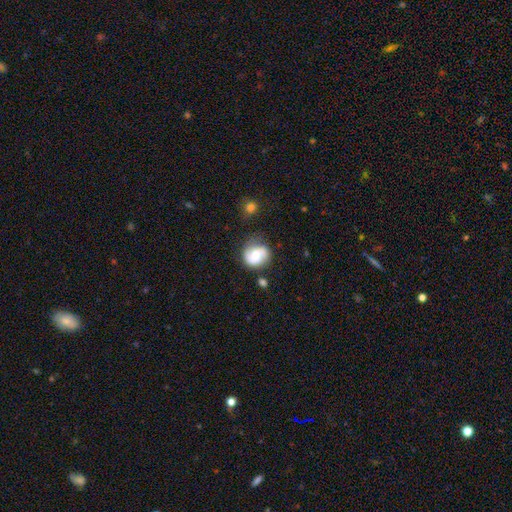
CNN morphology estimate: Smooth or featured: featured or disk — 61% (smooth — 32%)
Edge-on disk: no — 98% (yes — 2%)
Bar: no — 56% (weak — 36%)
Spiral arms: yes — 91% (no — 9%)
Spiral winding: medium — 44% (loose — 33%)
Spiral arm count: 2 — 86% (can't tell — 6%)
Bulge size: moderate — 62% (small — 23%)
Merging: none — 71% (minor disturbance — 18%)